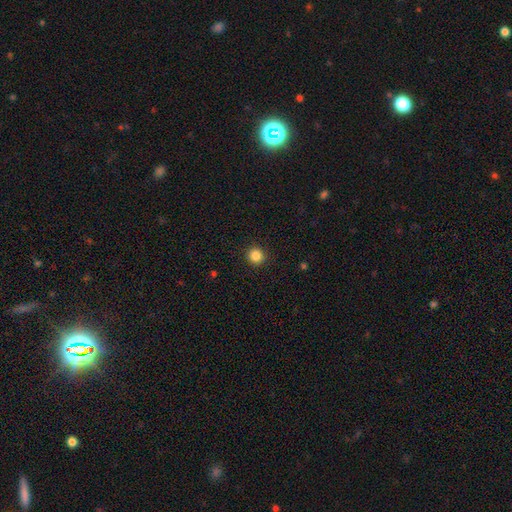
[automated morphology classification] This appears to be a smooth galaxy with no disk features (85%) that is round (94%). Merging: none (92%).